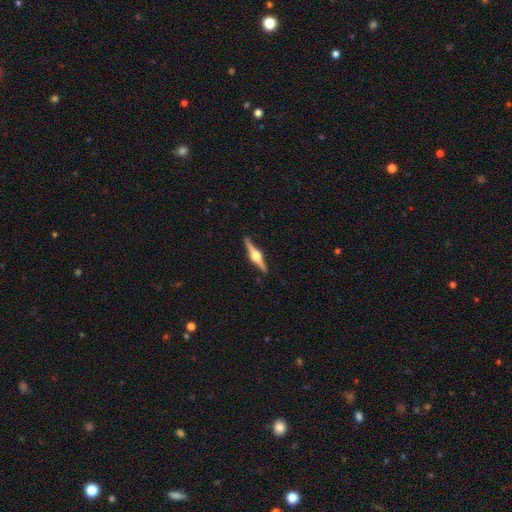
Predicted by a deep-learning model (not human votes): A featured or disk galaxy (84%) viewed edge-on (98%) with a rounded central bulge (96%).

Vote fractions:
- Smooth or featured? featured or disk: 84% / smooth: 11% / star or artifact: 5%
- Edge-on disk? yes: 98% / no: 2%
- Edge-on bulge? rounded: 96% / boxy: 3% / none: 1%
- Merging? none: 90% / minor disturbance: 8% / major disturbance: 2% / merger: 1%